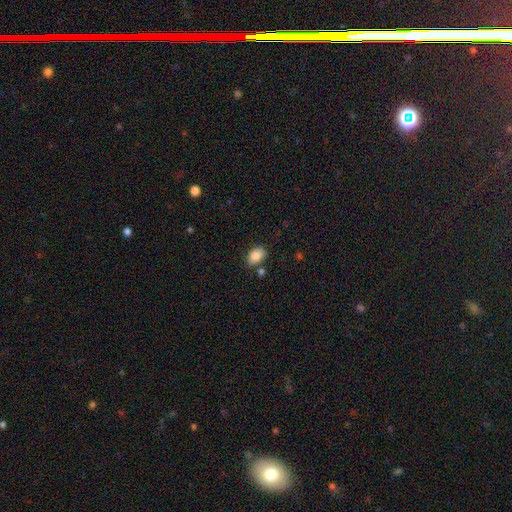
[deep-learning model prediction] Overall: smooth (87%). How rounded: in between (86%). Merging: none (76%).